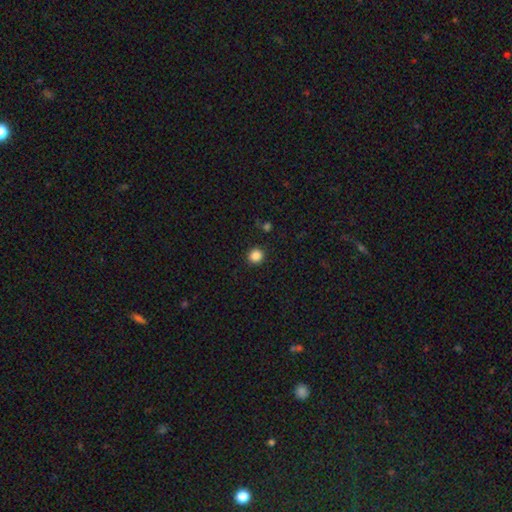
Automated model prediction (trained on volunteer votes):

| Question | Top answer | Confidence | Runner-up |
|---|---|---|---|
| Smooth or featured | smooth | 86% | star or artifact (11%) |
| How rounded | round | 92% | in between (7%) |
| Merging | none | 92% | minor disturbance (5%) |